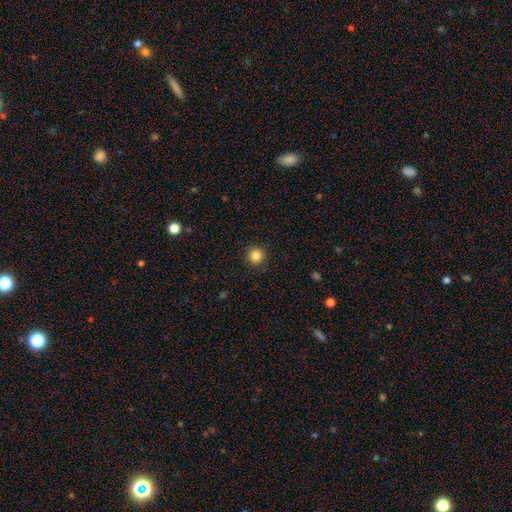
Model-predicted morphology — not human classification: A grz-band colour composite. It shows a smooth galaxy with no disk features (85%) that is round (95%). Merging: none (92%).